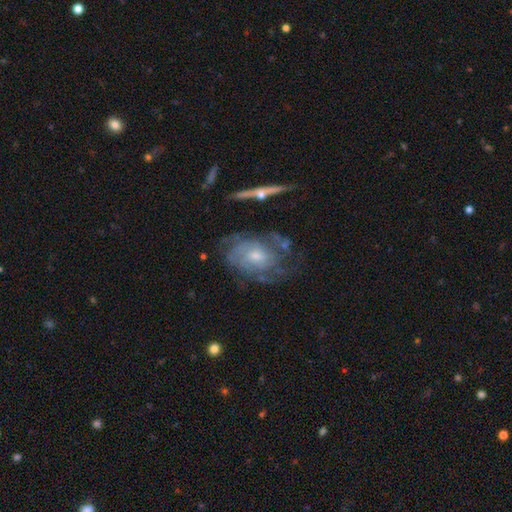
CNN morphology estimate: Q: Smooth or featured?
A: featured or disk (78%); runner-up: smooth (15%)
Q: Edge-on disk?
A: no (94%); runner-up: yes (6%)
Q: Bar?
A: no (70%); runner-up: weak (26%)
Q: Spiral arms?
A: yes (85%); runner-up: no (15%)
Q: Spiral winding?
A: tight (57%); runner-up: medium (31%)
Q: Spiral arm count?
A: can't tell (50%); runner-up: 2 (16%)
Q: Bulge size?
A: small (46%); tied with: moderate (46%)
Q: Merging?
A: none (59%); runner-up: minor disturbance (22%)